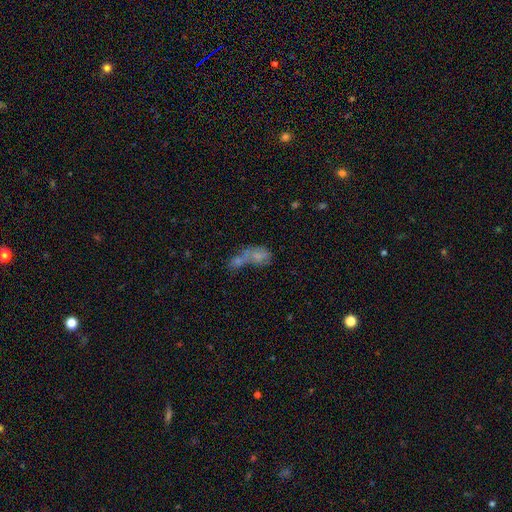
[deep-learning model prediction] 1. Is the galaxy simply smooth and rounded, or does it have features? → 59% smooth, 27% featured or disk, 14% star or artifact.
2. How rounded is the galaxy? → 74% in between, 20% round, 6% cigar-shaped.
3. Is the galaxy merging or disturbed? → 68% merger, 17% none, 8% major disturbance, 8% minor disturbance.